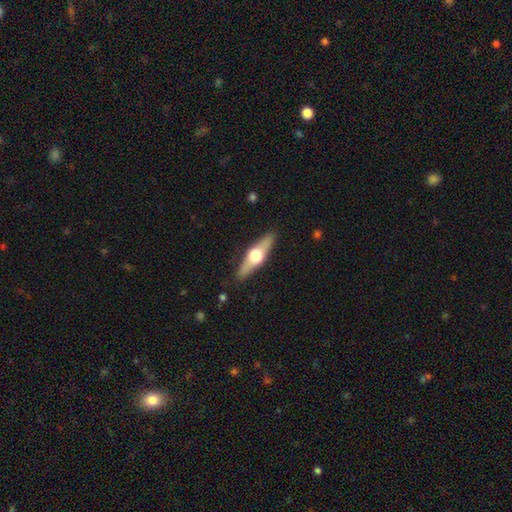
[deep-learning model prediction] Q: Smooth or featured?
A: featured or disk (61%); runner-up: smooth (34%)
Q: Edge-on disk?
A: yes (94%); runner-up: no (6%)
Q: Edge-on bulge?
A: rounded (95%); runner-up: boxy (3%)
Q: Merging?
A: none (88%); runner-up: minor disturbance (9%)